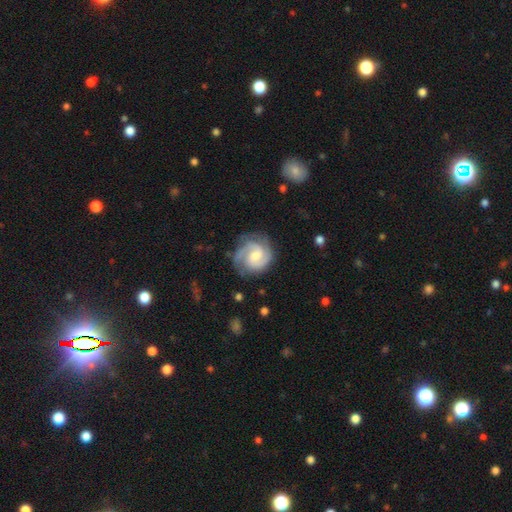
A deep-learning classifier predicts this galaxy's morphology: smooth_or_featured: featured or disk (p=0.87) [alt: smooth p=0.08]
disk_edge_on: no (p=0.98) [alt: yes p=0.02]
bar: weak (p=0.47) [alt: no p=0.43]
has_spiral_arms: yes (p=0.98) [alt: no p=0.02]
spiral_winding: tight (p=0.51) [alt: medium p=0.42]
spiral_arm_count: 2 (p=0.63) [alt: 3 p=0.21]
bulge_size: moderate (p=0.49) [alt: small p=0.41]
merging: none (p=0.77) [alt: minor disturbance p=0.16]